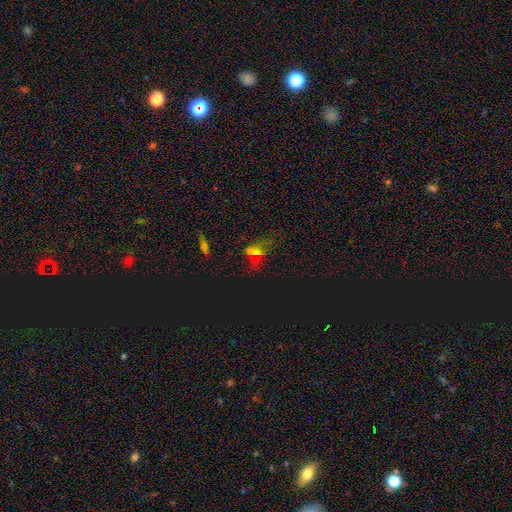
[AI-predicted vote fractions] Overall: star or artifact (54%; smooth 30%).